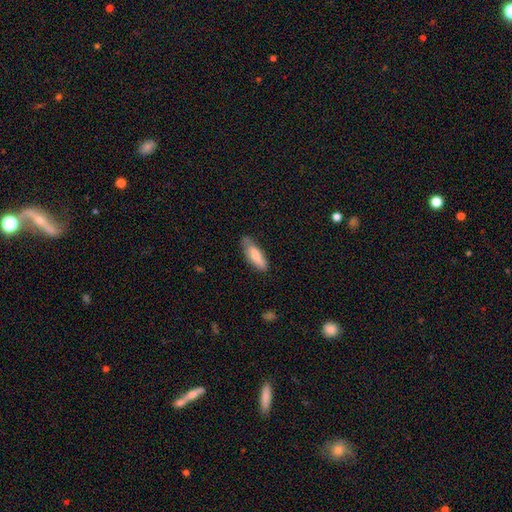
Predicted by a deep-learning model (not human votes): smooth 78%, featured or disk 16%, star or artifact 6%. Down the decision tree: how rounded — in between (56%); merging — none (65%).